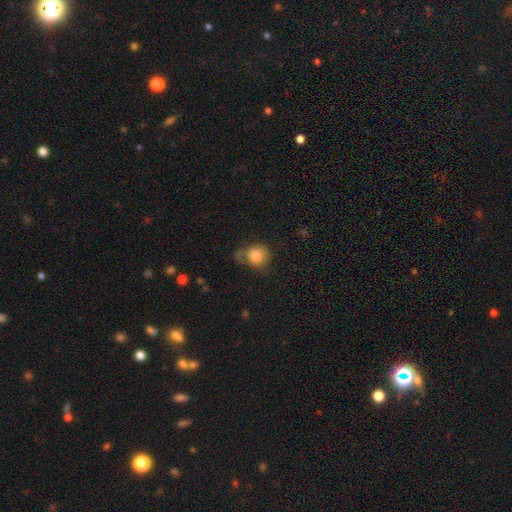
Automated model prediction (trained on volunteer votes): Smooth or featured?
  - smooth: 82% *
  - featured or disk: 10%
  - star or artifact: 8%
How rounded?
  - round: 81% *
  - in between: 18%
  - cigar-shaped: 1%
Merging?
  - none: 48% *
  - minor disturbance: 26%
  - major disturbance: 16%
  - merger: 10%